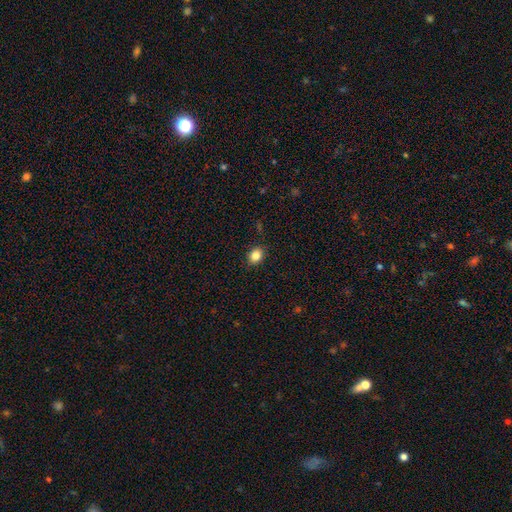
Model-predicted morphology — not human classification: The model was most divided on "how rounded": in between: 56%, round: 43%, cigar-shaped: 1%. More confident: merging — none (88%); smooth or featured — smooth (84%).